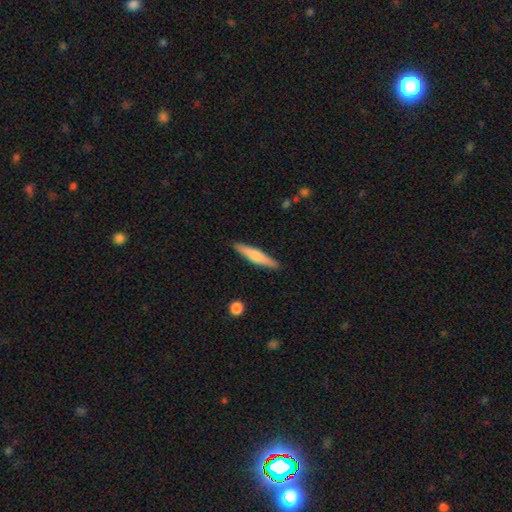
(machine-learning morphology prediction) Smooth or featured?
  - smooth: 55% *
  - featured or disk: 40%
  - star or artifact: 5%
How rounded?
  - cigar-shaped: 89% *
  - in between: 10%
  - round: 2%
Merging?
  - none: 90% *
  - minor disturbance: 7%
  - major disturbance: 2%
  - merger: 1%